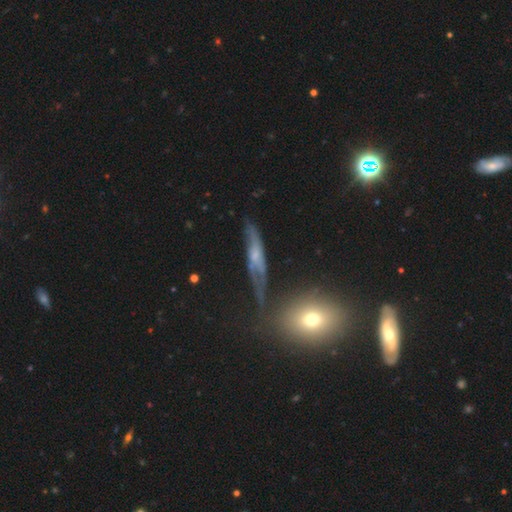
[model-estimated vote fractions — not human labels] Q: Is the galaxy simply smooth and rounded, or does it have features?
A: featured or disk — 64%.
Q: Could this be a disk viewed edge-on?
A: yes — 54%.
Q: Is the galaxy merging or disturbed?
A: none — 57%.